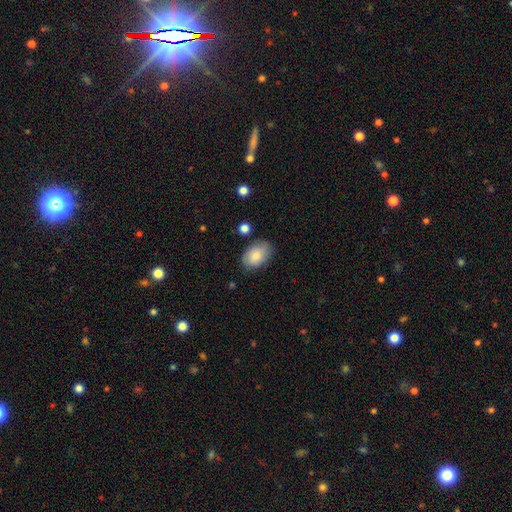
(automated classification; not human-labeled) Smooth or featured? smooth (81%)
How rounded? in between (88%)
Merging? none (75%)